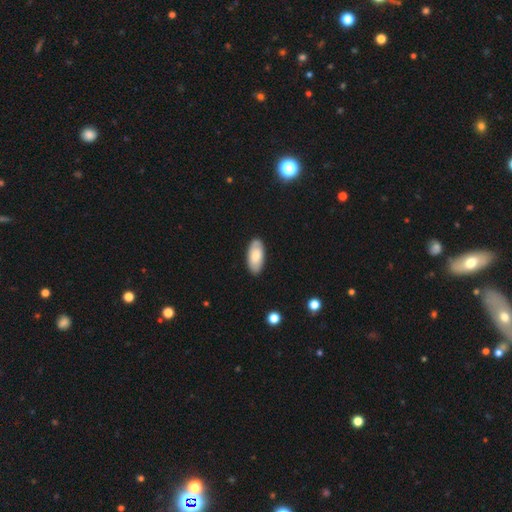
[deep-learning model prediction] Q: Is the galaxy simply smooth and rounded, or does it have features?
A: smooth — 76%.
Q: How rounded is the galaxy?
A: in between — 92%.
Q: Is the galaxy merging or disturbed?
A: none — 86%.